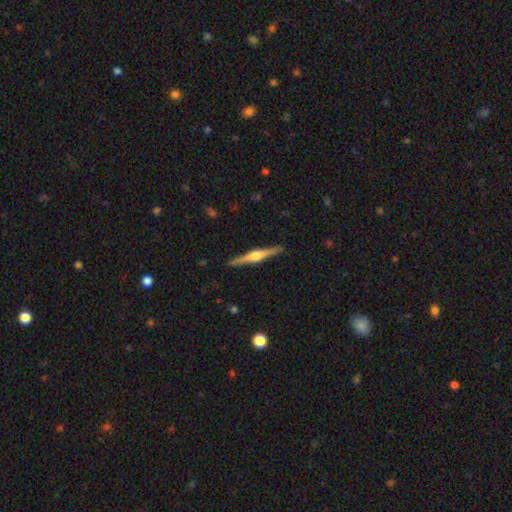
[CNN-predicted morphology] featured or disk 82%, smooth 13%, star or artifact 5%. Down the decision tree: edge-on disk — yes (99%); edge-on bulge — rounded (94%); merging — none (91%).